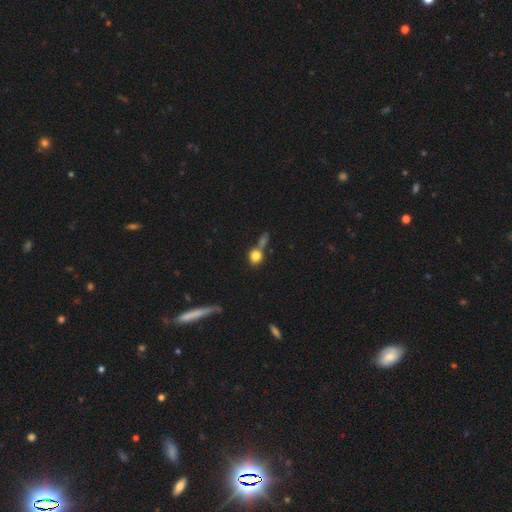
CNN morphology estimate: This is likely a smooth galaxy (79%). How rounded: likely round (80%). Merging: possibly none (46%).